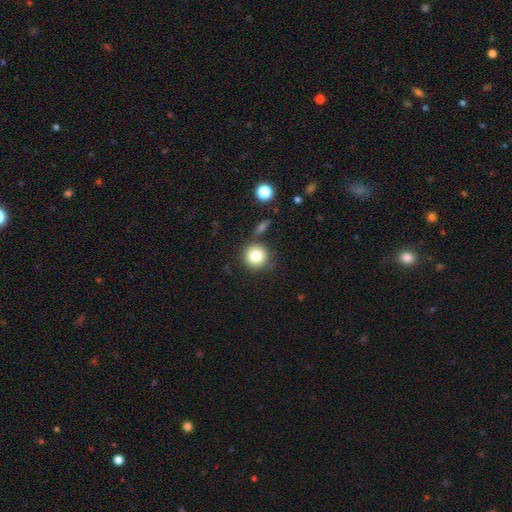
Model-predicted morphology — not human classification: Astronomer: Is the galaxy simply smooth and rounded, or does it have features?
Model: smooth — 81%.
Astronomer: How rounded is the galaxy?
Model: round — 93%.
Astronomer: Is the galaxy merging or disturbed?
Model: none — 79%.